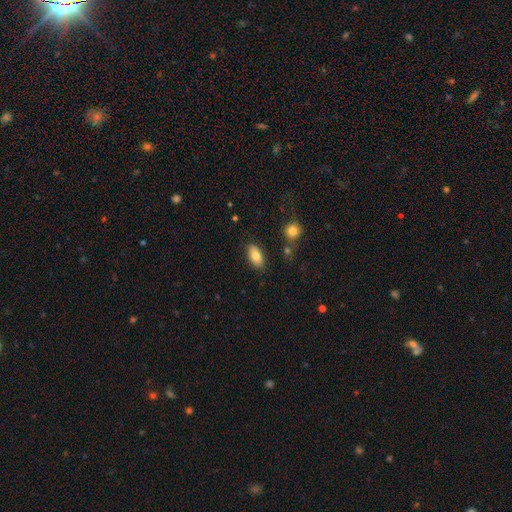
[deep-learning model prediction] This appears to be a smooth galaxy with no disk features (81%) that is in between round and cigar-shaped (92%). Merging: none (85%).